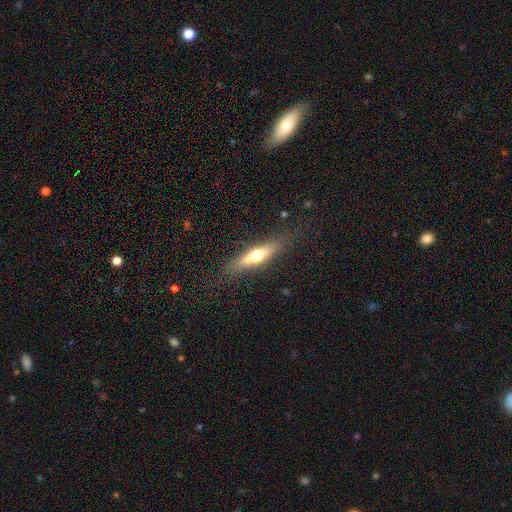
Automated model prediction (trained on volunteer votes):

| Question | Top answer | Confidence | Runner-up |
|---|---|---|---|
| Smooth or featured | smooth | 47% | tied: featured or disk (47%) |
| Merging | none | 83% | minor disturbance (12%) |